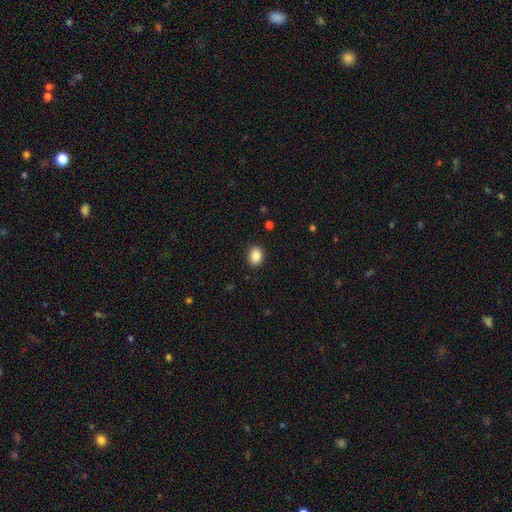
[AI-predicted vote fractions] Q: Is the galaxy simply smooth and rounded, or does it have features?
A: smooth — 88%.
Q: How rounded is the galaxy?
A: in between — 58%.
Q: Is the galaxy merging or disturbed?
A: none — 90%.